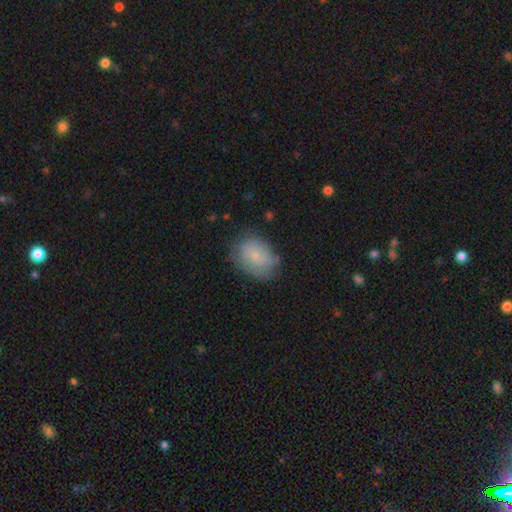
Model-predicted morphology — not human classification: Q: Smooth or featured?
A: smooth (69%); runner-up: featured or disk (23%)
Q: How rounded?
A: in between (71%); runner-up: round (28%)
Q: Merging?
A: none (65%); runner-up: minor disturbance (25%)